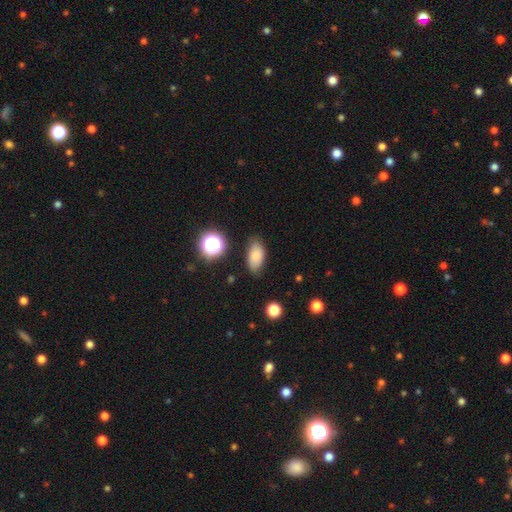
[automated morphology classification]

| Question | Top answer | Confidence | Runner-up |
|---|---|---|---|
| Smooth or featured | smooth | 79% | star or artifact (11%) |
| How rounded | in between | 89% | round (7%) |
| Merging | none | 74% | minor disturbance (20%) |